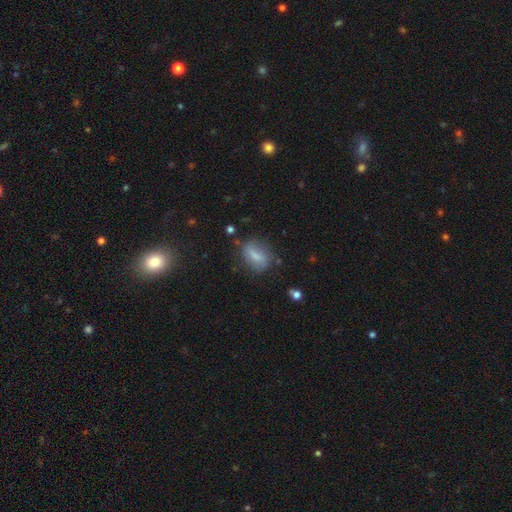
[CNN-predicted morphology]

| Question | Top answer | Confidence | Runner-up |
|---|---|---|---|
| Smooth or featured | smooth | 66% | featured or disk (25%) |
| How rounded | in between | 73% | round (16%) |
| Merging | none | 68% | minor disturbance (21%) |